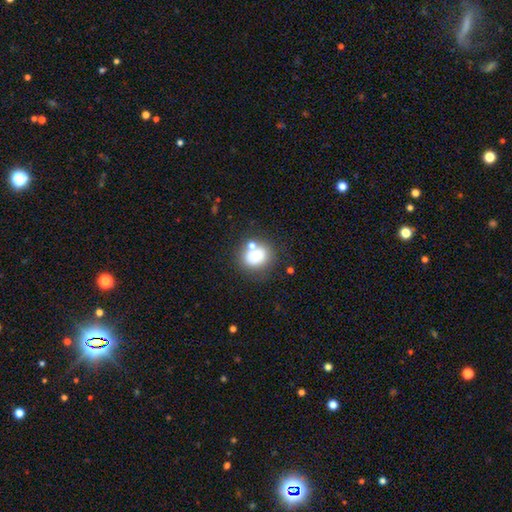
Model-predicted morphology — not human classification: smooth 72%, featured or disk 18%, star or artifact 11%. Down the decision tree: how rounded — round (69%); merging — none (55%).